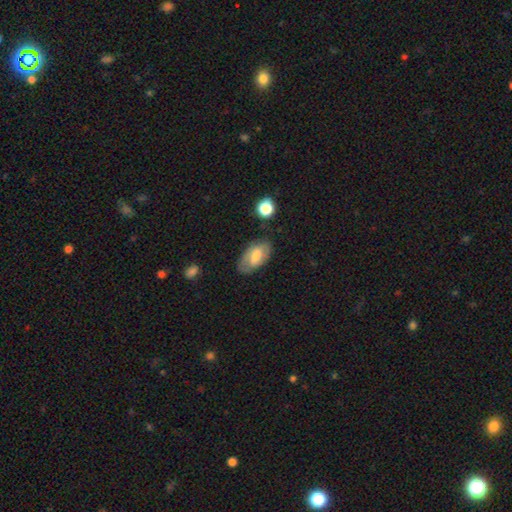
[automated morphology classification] Overall: smooth (55%; featured or disk 37%). How rounded: in between (92%). Merging: none (72%).